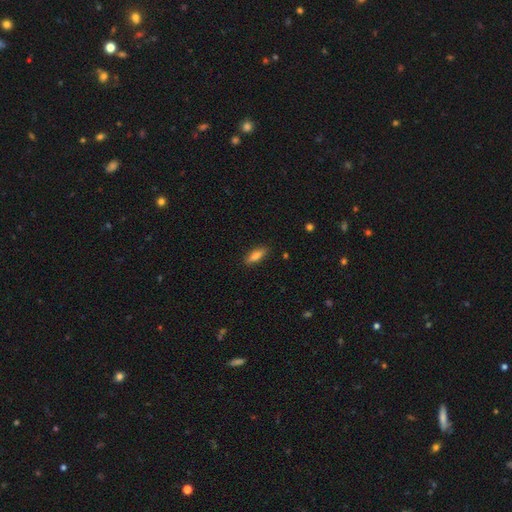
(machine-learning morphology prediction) smooth_or_featured: smooth (p=0.76) [alt: featured or disk p=0.17]
how_rounded: in between (p=0.53) [alt: cigar-shaped p=0.45]
merging: none (p=0.87) [alt: minor disturbance p=0.10]